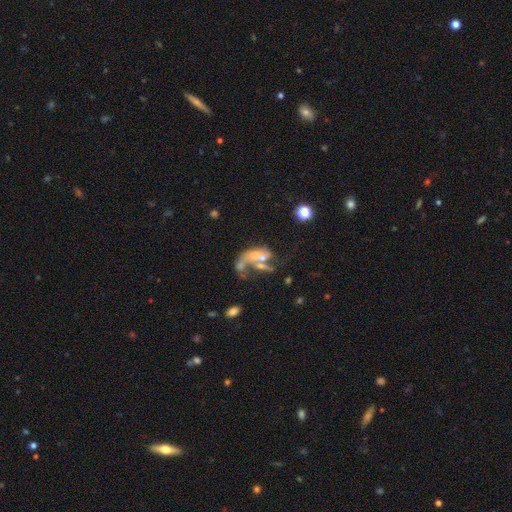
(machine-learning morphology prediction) smooth_or_featured: featured or disk (p=0.57) [alt: smooth p=0.27]
disk_edge_on: no (p=0.95) [alt: yes p=0.05]
bar: no (p=0.78) [alt: weak p=0.16]
has_spiral_arms: no (p=0.61) [alt: yes p=0.39]
bulge_size: small (p=0.35) [alt: none p=0.31]
merging: merger (p=0.49) [alt: major disturbance p=0.28]